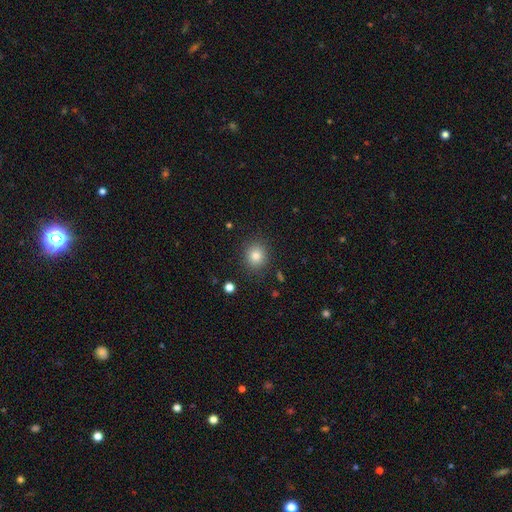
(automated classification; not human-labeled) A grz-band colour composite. It shows a smooth galaxy with no disk features (83%) that is round (73%). Merging: none (86%).